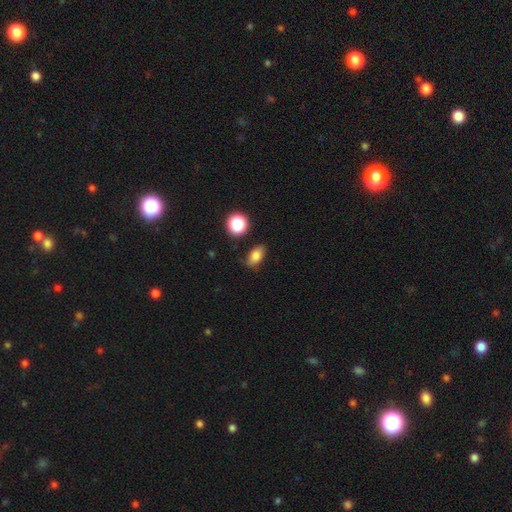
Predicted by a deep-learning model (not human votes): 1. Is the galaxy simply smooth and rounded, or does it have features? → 80% smooth, 11% star or artifact, 9% featured or disk.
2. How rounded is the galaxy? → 84% in between, 13% round, 3% cigar-shaped.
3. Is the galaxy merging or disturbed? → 77% none, 17% minor disturbance, 4% major disturbance, 2% merger.